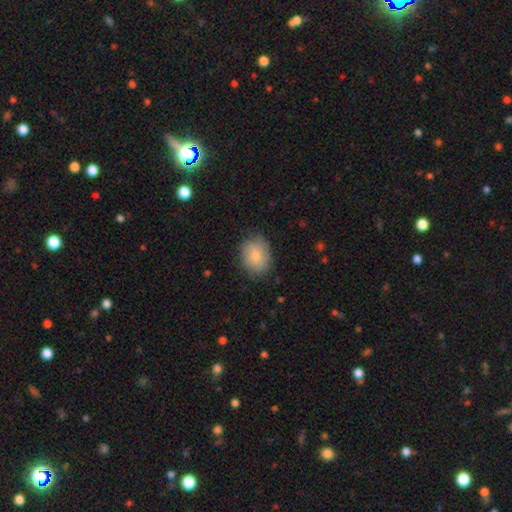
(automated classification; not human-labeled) smooth_or_featured: smooth (p=0.78) [alt: featured or disk p=0.14]
how_rounded: round (p=0.50) [alt: in between p=0.49]
merging: none (p=0.76) [alt: minor disturbance p=0.19]